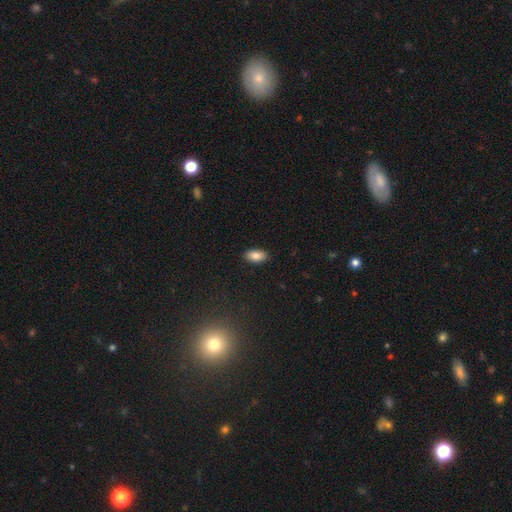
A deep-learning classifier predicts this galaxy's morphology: Overall: smooth (84%). How rounded: in between (93%). Merging: none (89%).